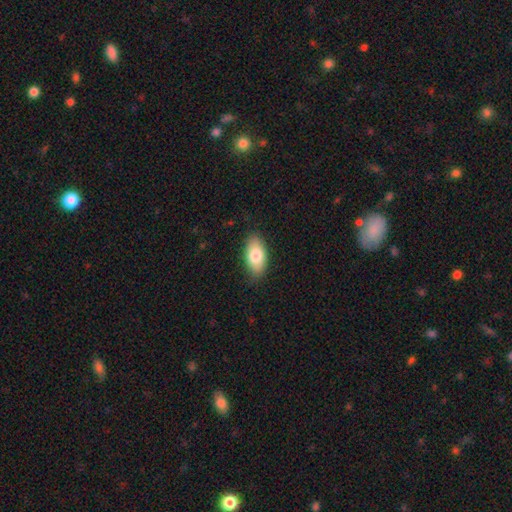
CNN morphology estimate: smooth-or-featured: smooth: 80% | featured or disk: 14% | star or artifact: 6%
  how-rounded: in between: 92% | cigar-shaped: 4% | round: 4%
  merging: none: 84% | minor disturbance: 12% | major disturbance: 2% | merger: 1%